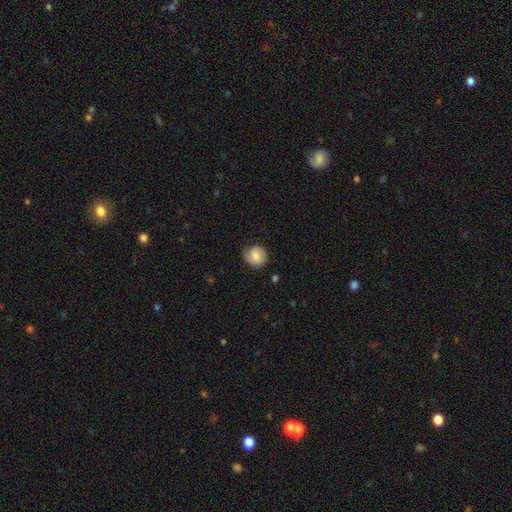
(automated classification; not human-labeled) Morphology: type=smooth (74%); roundness=round (82%); merging=none (75%).